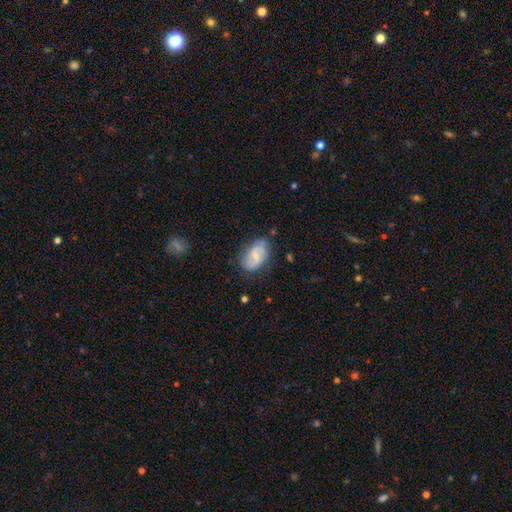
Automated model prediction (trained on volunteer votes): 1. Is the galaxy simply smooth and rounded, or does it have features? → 56% featured or disk, 37% smooth, 7% star or artifact.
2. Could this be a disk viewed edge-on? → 96% no, 4% yes.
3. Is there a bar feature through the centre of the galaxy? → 53% weak, 32% no, 15% strong.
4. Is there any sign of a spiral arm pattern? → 82% yes, 18% no.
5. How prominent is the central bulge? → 57% small, 32% moderate, 8% none, 2% large, 1% dominant.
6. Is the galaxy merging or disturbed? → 69% none, 23% minor disturbance, 7% major disturbance, 2% merger.